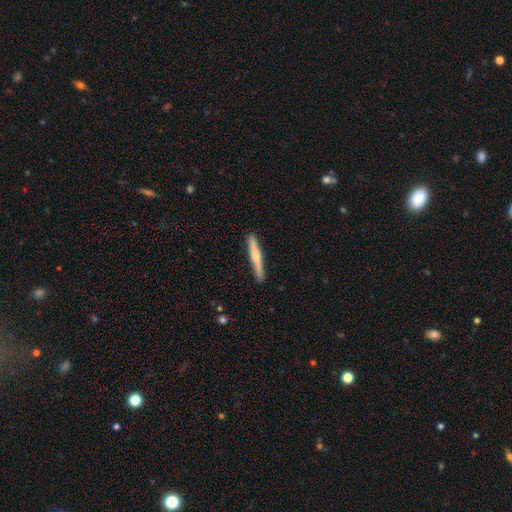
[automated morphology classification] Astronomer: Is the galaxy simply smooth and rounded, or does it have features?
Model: smooth — 49% (runner-up: featured or disk, 46%).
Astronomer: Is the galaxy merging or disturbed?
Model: none — 89%.